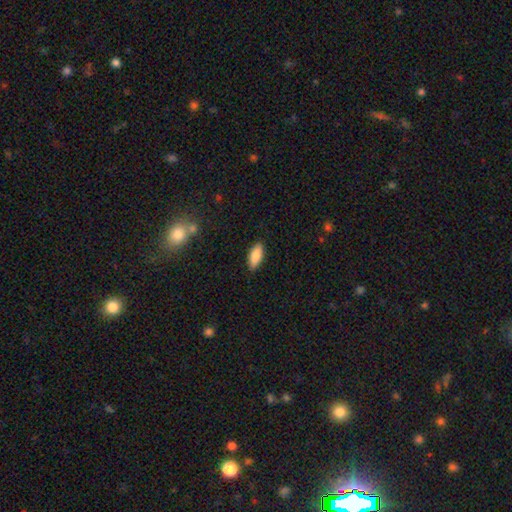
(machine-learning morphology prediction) A smooth galaxy with no disk features (84%) that is in between round and cigar-shaped (78%).

Vote fractions:
- Smooth or featured? smooth: 84% / featured or disk: 10% / star or artifact: 7%
- How rounded? in between: 78% / cigar-shaped: 20% / round: 2%
- Merging? none: 87% / minor disturbance: 10% / major disturbance: 2% / merger: 1%